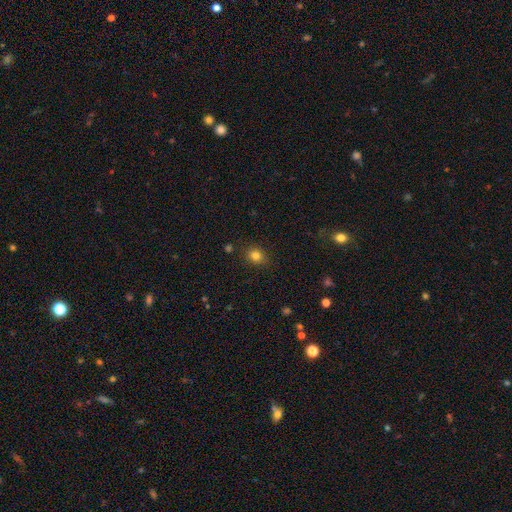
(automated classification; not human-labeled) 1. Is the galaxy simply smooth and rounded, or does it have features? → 81% smooth, 13% star or artifact, 6% featured or disk.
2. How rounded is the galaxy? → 61% round, 38% in between, 1% cigar-shaped.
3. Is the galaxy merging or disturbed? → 87% none, 9% minor disturbance, 3% major disturbance, 1% merger.